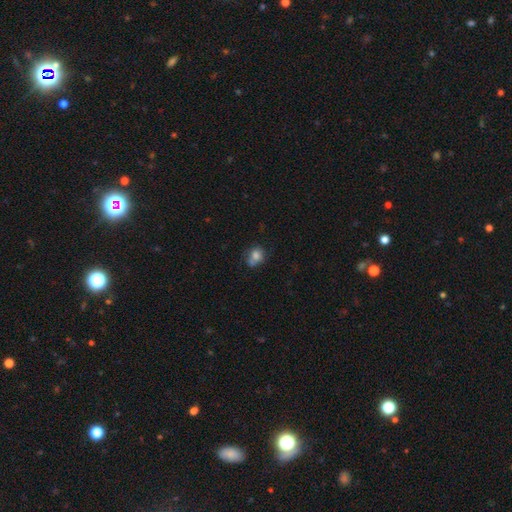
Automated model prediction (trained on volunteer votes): The model was most divided on "merging": none: 47%, minor disturbance: 25%, merger: 20%, major disturbance: 9%. More confident: smooth or featured — smooth (76%); how rounded — round (65%).